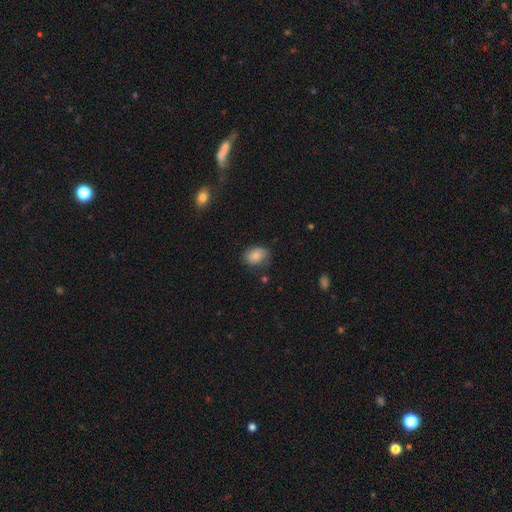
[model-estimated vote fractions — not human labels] A smooth galaxy with no disk features (83%) that is in between round and cigar-shaped (66%). Merging: none (69%).